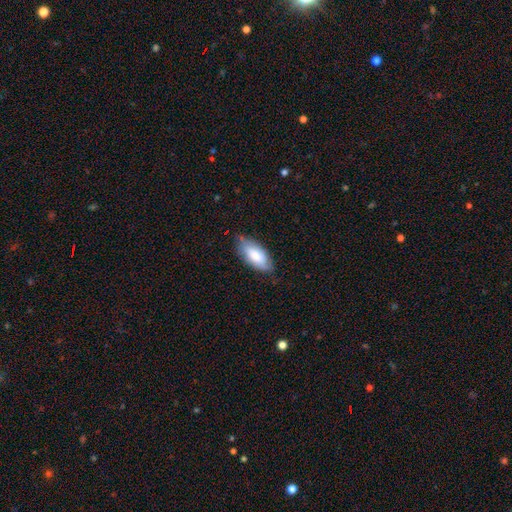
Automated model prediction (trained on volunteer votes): smooth_or_featured: smooth (p=0.75) [alt: featured or disk p=0.20]
how_rounded: in between (p=0.87) [alt: cigar-shaped p=0.11]
merging: none (p=0.69) [alt: minor disturbance p=0.25]